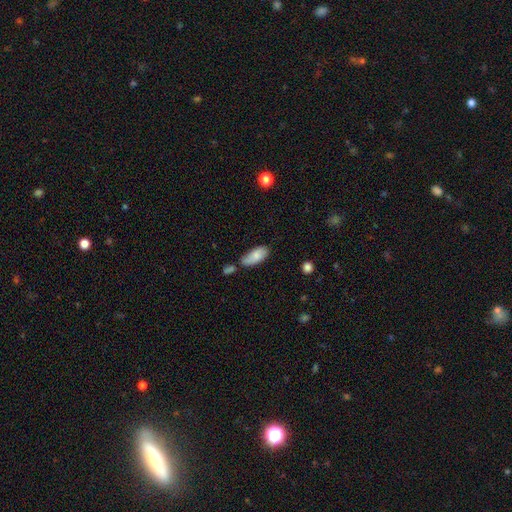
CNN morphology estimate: smooth 79%, featured or disk 14%, star or artifact 7%. Down the decision tree: how rounded — in between (87%); merging — none (46%).